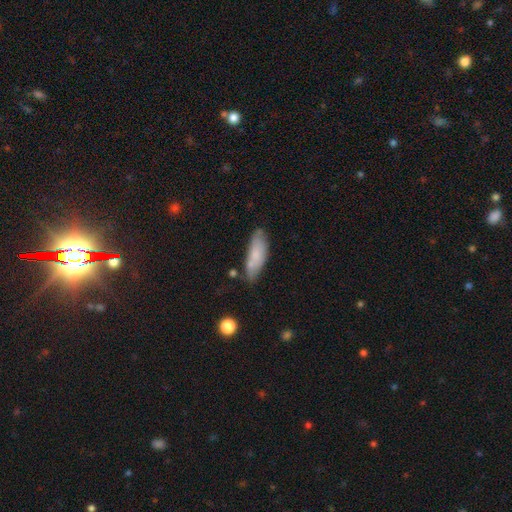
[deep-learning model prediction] The model was most divided on "how rounded": in between: 63%, cigar-shaped: 35%, round: 2%. More confident: smooth or featured — smooth (74%); merging — none (64%).